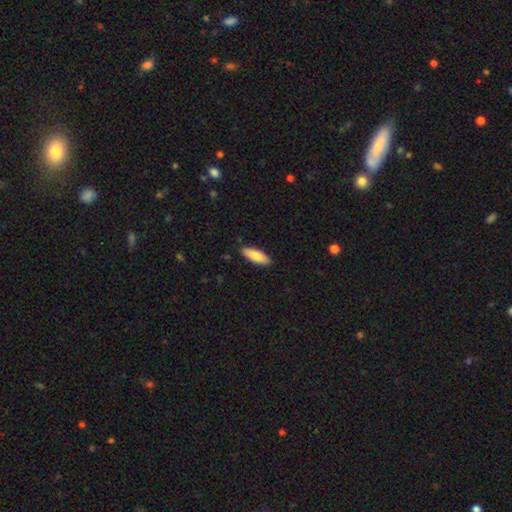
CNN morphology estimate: smooth_or_featured: smooth (p=0.83) [alt: featured or disk p=0.12]
how_rounded: in between (p=0.64) [alt: cigar-shaped p=0.34]
merging: none (p=0.88) [alt: minor disturbance p=0.09]